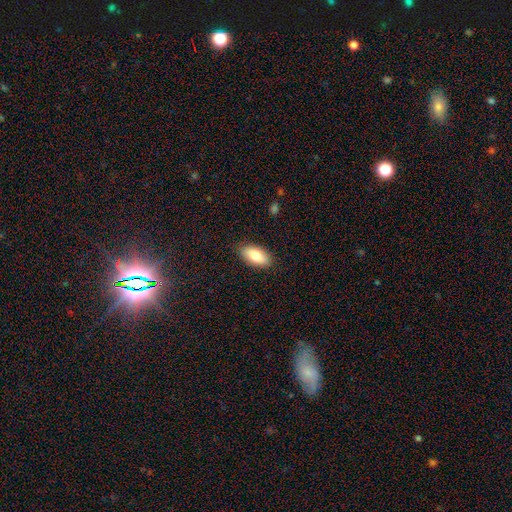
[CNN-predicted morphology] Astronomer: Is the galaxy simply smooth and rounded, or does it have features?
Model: smooth — 80%.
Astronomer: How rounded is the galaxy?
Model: in between — 91%.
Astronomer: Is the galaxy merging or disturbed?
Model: none — 87%.